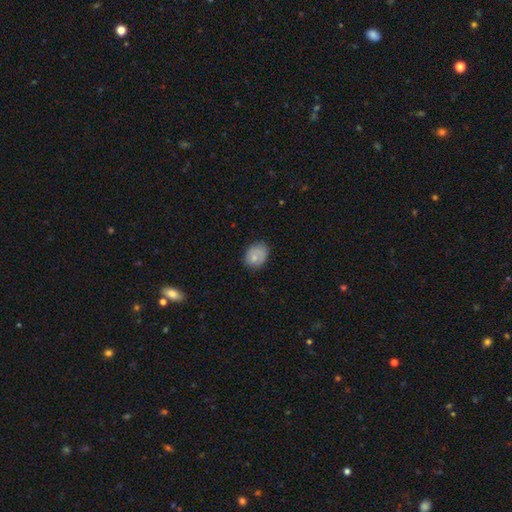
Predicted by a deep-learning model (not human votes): A smooth galaxy with no disk features (74%) that is round (51%).

Vote fractions:
- Smooth or featured? smooth: 74% / featured or disk: 18% / star or artifact: 8%
- How rounded? round: 51% / in between: 48% / cigar-shaped: 1%
- Merging? none: 69% / minor disturbance: 24% / major disturbance: 6% / merger: 1%